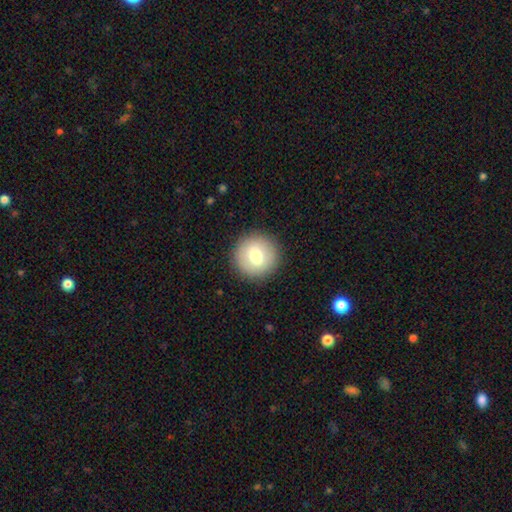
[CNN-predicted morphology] smooth_or_featured: smooth (p=0.71) [alt: featured or disk p=0.20]
how_rounded: round (p=0.94) [alt: in between p=0.05]
merging: none (p=0.91) [alt: minor disturbance p=0.06]